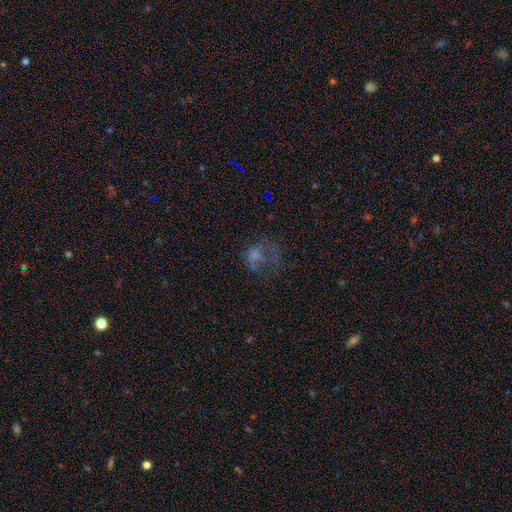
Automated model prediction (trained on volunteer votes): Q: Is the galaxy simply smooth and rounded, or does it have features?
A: smooth — 41%.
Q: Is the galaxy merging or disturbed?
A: major disturbance — 44%.